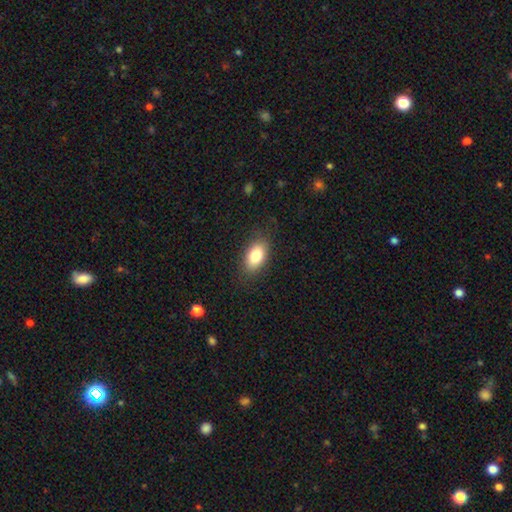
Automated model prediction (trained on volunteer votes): smooth 81%, featured or disk 11%, star or artifact 8%. Down the decision tree: how rounded — in between (90%); merging — none (84%).